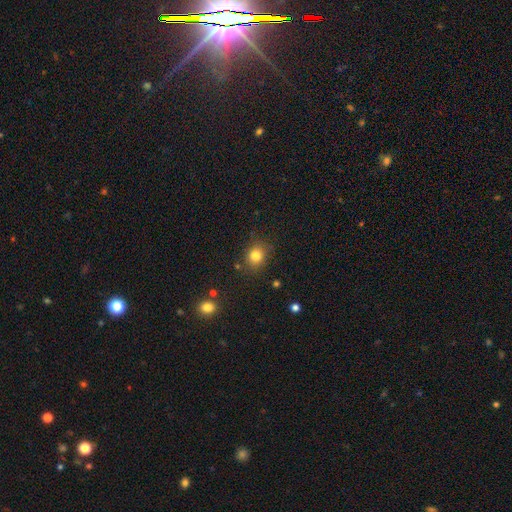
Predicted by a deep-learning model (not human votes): Morphology: type=smooth (82%); roundness=round (70%); merging=none (81%).